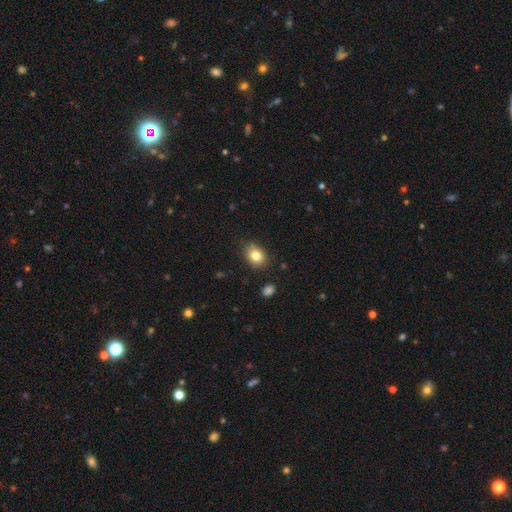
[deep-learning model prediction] Smooth or featured: smooth — 81% (star or artifact — 10%)
How rounded: in between — 53% (round — 46%)
Merging: none — 82% (minor disturbance — 13%)